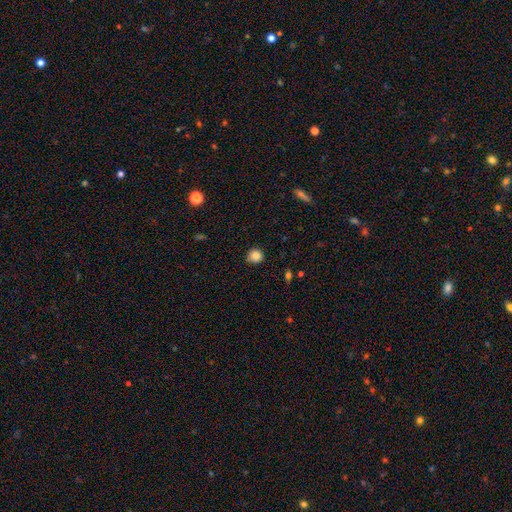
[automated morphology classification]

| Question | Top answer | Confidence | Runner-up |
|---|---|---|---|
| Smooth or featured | smooth | 83% | star or artifact (11%) |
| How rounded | round | 90% | in between (9%) |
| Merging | none | 84% | minor disturbance (12%) |